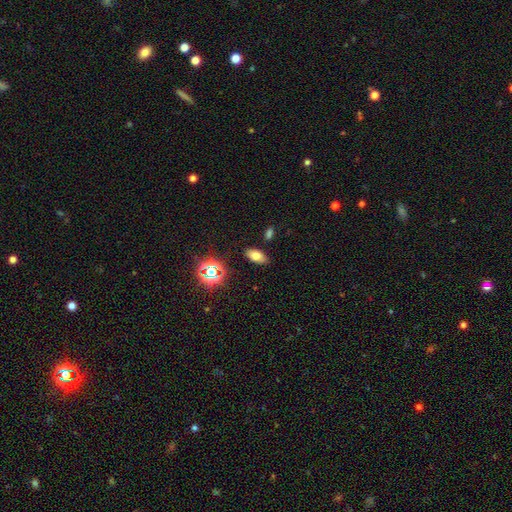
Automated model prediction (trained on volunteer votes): This is likely a smooth galaxy (71%). How rounded: clearly in between (89%). Merging: clearly none (86%).